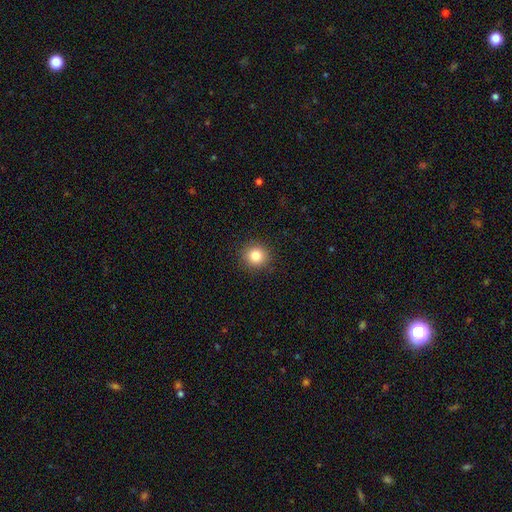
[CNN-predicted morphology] This appears to be a smooth galaxy with no disk features (84%) that is round (91%). Merging: none (91%).